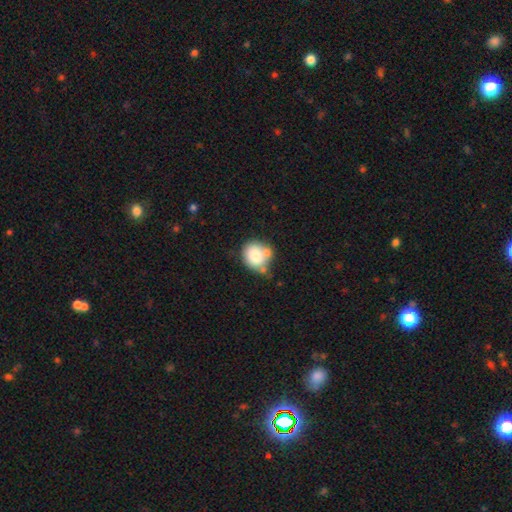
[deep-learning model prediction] Smooth or featured? Predicted: smooth (p=0.77). How rounded? Predicted: round (p=0.71). Merging? Predicted: none (p=0.45).